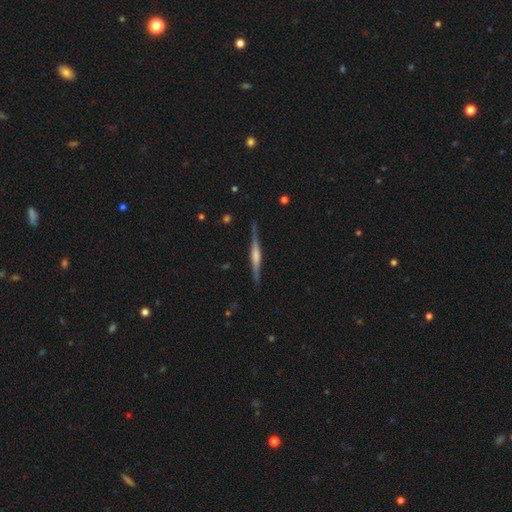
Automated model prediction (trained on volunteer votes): Smooth or featured: featured or disk — 72% (smooth — 22%)
Edge-on disk: yes — 98% (no — 2%)
Edge-on bulge: rounded — 50% (boxy — 34%)
Merging: none — 86% (minor disturbance — 10%)